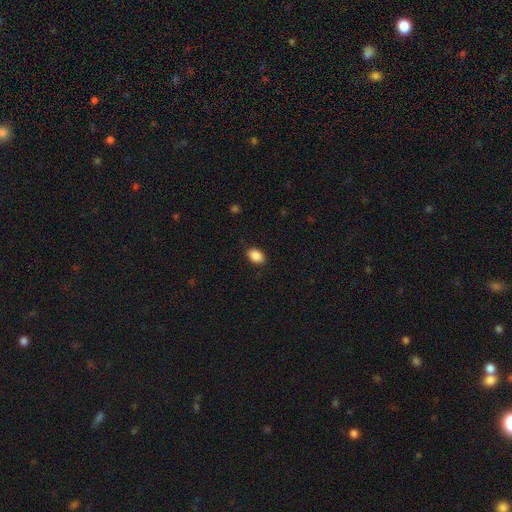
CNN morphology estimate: Overall: smooth (89%). How rounded: in between (88%). Merging: none (88%).